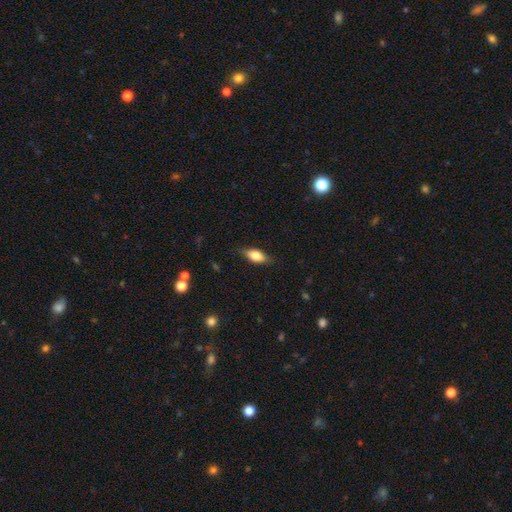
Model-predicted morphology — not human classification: Smooth or featured? Predicted: smooth (p=0.72). How rounded? Predicted: in between (p=0.81). Merging? Predicted: none (p=0.82).